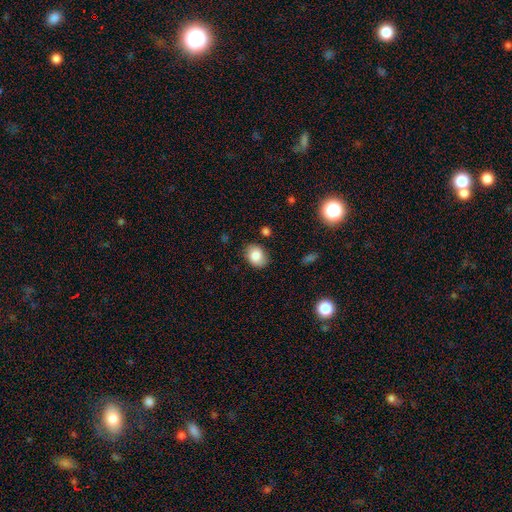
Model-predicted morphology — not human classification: Smooth or featured?
  - smooth: 82% *
  - featured or disk: 10%
  - star or artifact: 8%
How rounded?
  - in between: 67% *
  - round: 32%
  - cigar-shaped: 1%
Merging?
  - none: 81% *
  - minor disturbance: 14%
  - major disturbance: 3%
  - merger: 2%